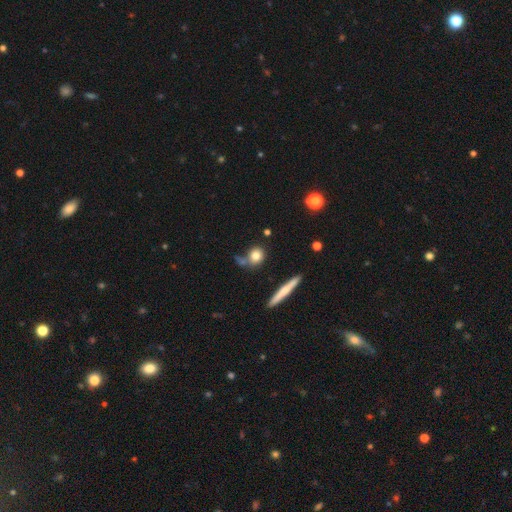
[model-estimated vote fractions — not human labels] Smooth or featured: smooth — 76% (featured or disk — 15%)
How rounded: round — 71% (in between — 22%)
Merging: none — 59% (minor disturbance — 16%)